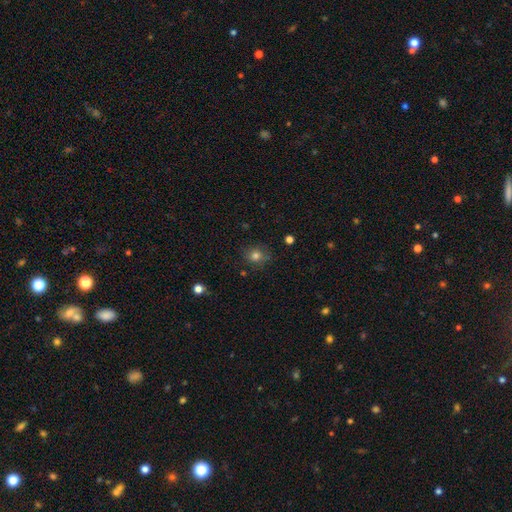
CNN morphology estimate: A smooth galaxy with no disk features (79%) that is round (79%).

Vote fractions:
- Smooth or featured? smooth: 79% / star or artifact: 14% / featured or disk: 8%
- How rounded? round: 79% / in between: 20% / cigar-shaped: 1%
- Merging? none: 79% / minor disturbance: 15% / major disturbance: 4% / merger: 2%